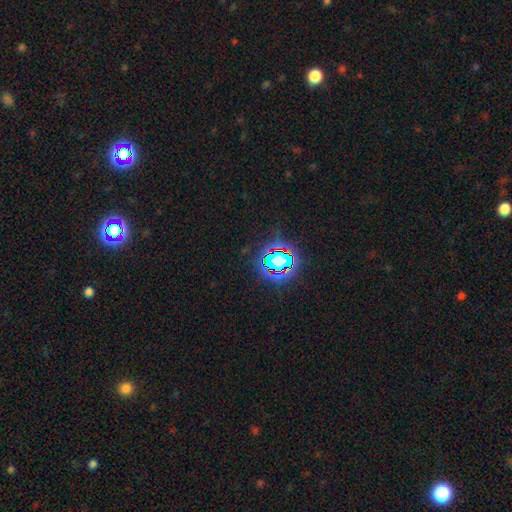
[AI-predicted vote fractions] The model was most divided on "smooth or featured": star or artifact: 81%, smooth: 12%, featured or disk: 7%.